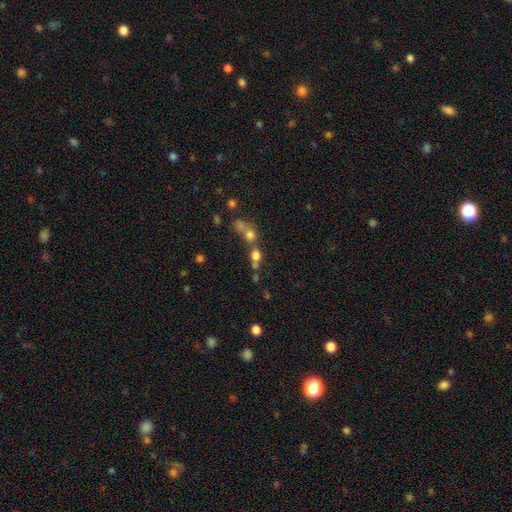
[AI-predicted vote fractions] smooth_or_featured: smooth (p=0.67) [alt: star or artifact p=0.18]
how_rounded: round (p=0.64) [alt: in between p=0.33]
merging: merger (p=0.50) [alt: none p=0.37]